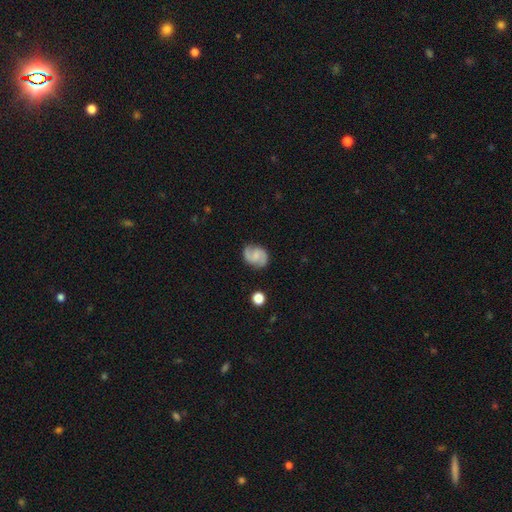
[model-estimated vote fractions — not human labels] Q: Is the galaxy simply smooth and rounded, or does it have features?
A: featured or disk — 80%.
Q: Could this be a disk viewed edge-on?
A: no — 98%.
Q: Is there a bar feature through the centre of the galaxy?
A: no — 48%.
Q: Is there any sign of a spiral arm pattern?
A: yes — 97%.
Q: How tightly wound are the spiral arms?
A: medium — 53%.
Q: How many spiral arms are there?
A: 2 — 92%.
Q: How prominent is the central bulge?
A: small — 41%.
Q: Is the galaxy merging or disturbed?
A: none — 82%.